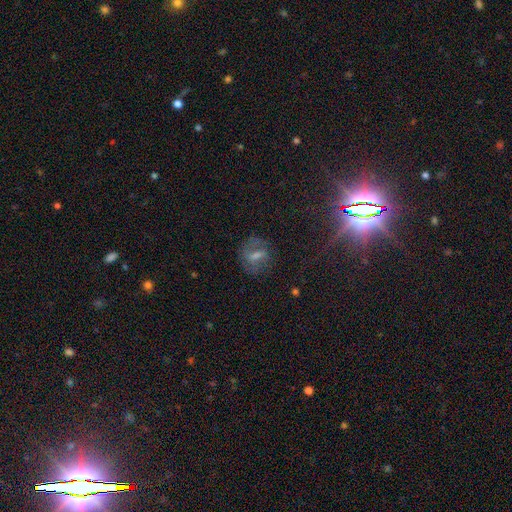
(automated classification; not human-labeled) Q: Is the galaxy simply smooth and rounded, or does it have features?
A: featured or disk — 42%.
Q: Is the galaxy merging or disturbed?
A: none — 74%.